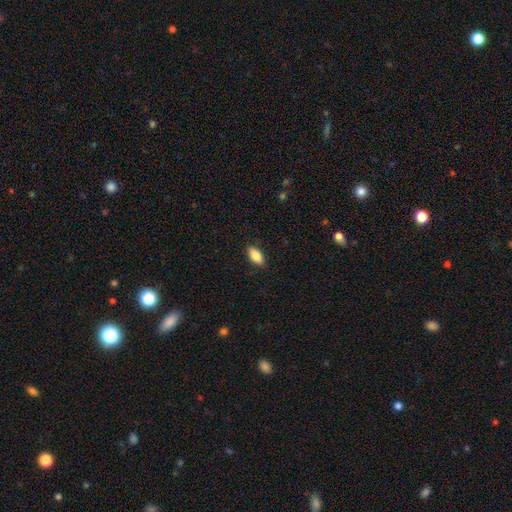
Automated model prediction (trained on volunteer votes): smooth-or-featured: smooth: 80% | featured or disk: 13% | star or artifact: 7%
  how-rounded: in between: 84% | cigar-shaped: 13% | round: 3%
  merging: none: 86% | minor disturbance: 11% | major disturbance: 2% | merger: 1%